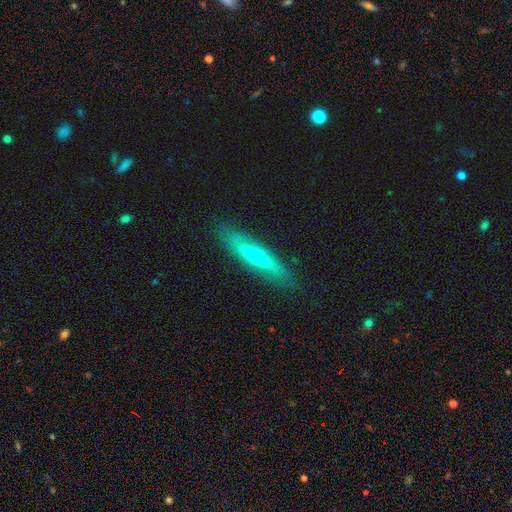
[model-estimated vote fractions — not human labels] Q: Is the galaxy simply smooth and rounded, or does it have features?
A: featured or disk — 52%.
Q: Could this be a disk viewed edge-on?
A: yes — 73%.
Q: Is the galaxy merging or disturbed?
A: none — 85%.